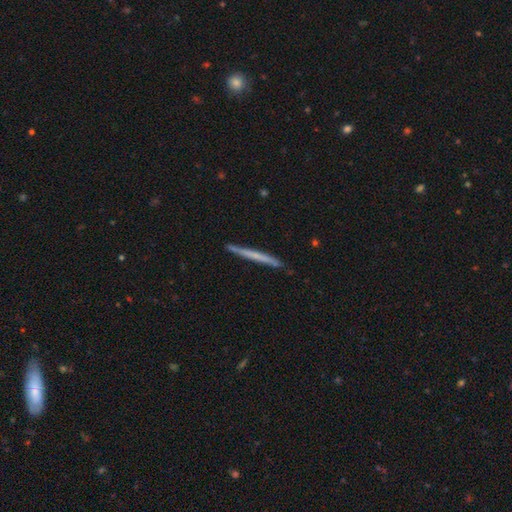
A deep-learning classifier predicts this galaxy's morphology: smooth-or-featured: smooth: 52% | featured or disk: 43% | star or artifact: 5%
  how-rounded: cigar-shaped: 97% | in between: 2% | round: 1%
  merging: none: 90% | minor disturbance: 7% | major disturbance: 1% | merger: 1%